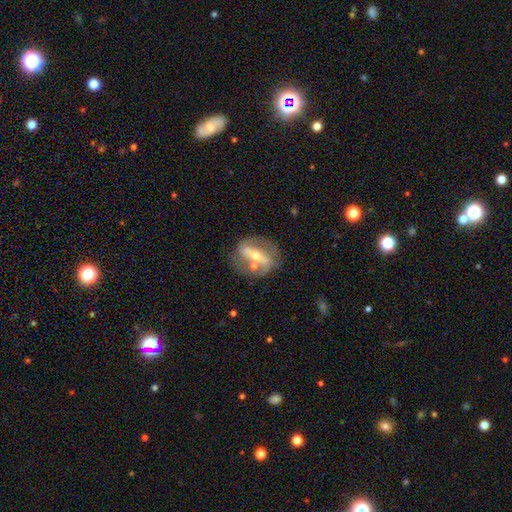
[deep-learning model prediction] This appears to be a featured or disk galaxy (76%) with a strong bar (69%), spiral arms (55%) and a small central bulge (49%). Merging: none (66%).